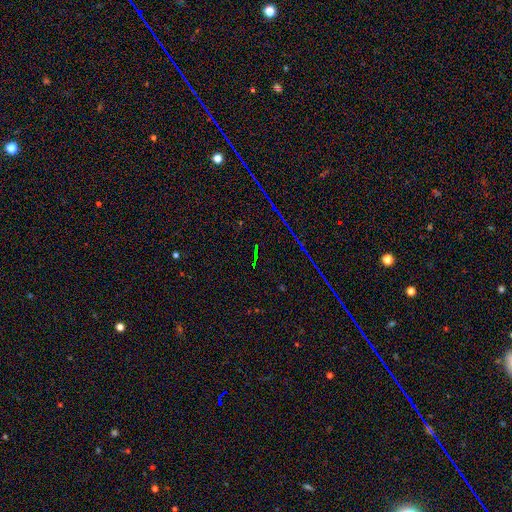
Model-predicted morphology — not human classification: Smooth or featured? star or artifact (76%)